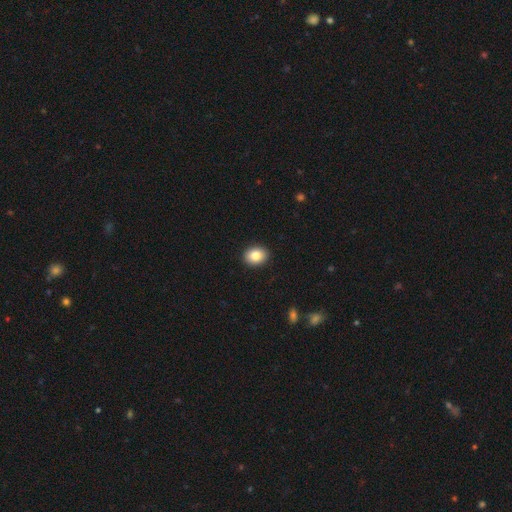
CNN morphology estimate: Smooth or featured? Predicted: smooth (p=0.83). How rounded? Predicted: round (p=0.51). Merging? Predicted: none (p=0.92).